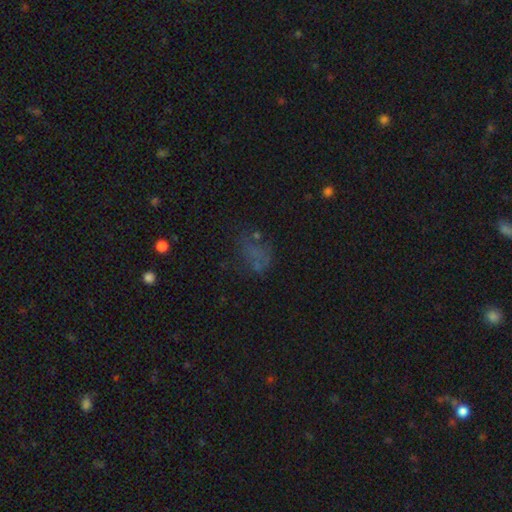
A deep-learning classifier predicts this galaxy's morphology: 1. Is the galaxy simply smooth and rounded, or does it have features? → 46% smooth, 31% star or artifact, 23% featured or disk.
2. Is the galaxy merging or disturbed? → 46% none, 25% major disturbance, 21% minor disturbance, 8% merger.